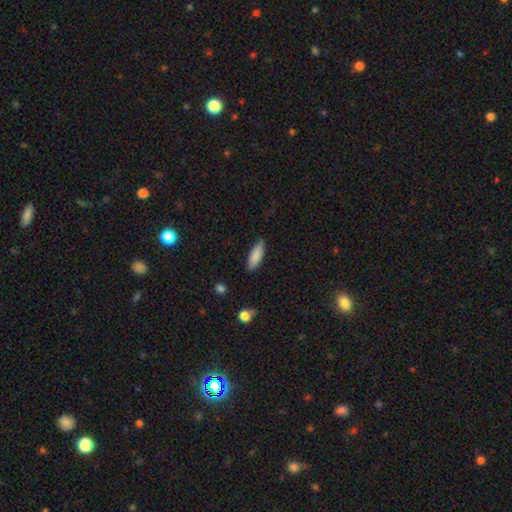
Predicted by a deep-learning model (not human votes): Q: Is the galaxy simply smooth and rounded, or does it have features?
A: smooth — 86%.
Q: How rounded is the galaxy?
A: in between — 55%.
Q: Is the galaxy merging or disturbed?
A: none — 85%.